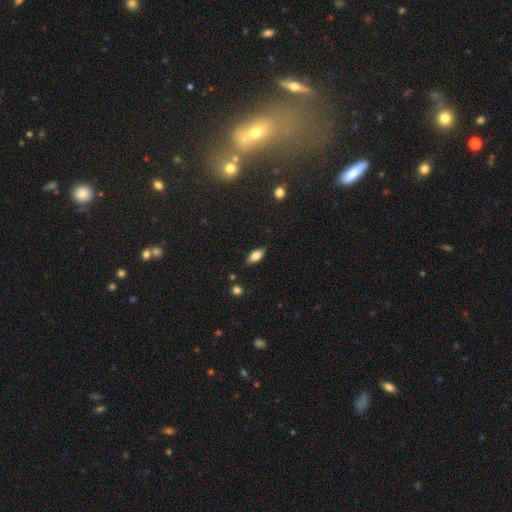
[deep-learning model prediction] Morphology: type=smooth (73%); roundness=in between (83%); merging=none (83%).